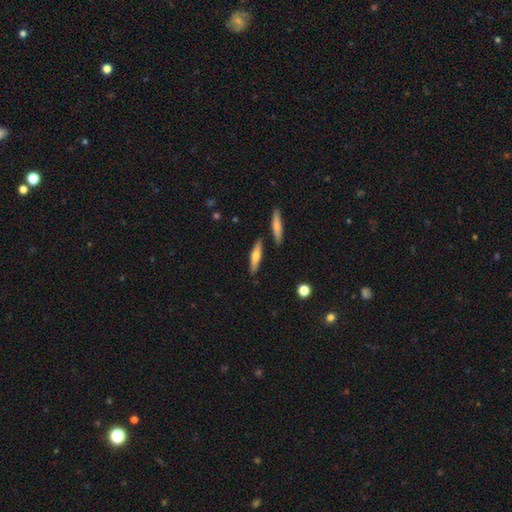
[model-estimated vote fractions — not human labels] A smooth galaxy with no disk features (58%) that is cigar-shaped (75%).

Vote fractions:
- Smooth or featured? smooth: 58% / featured or disk: 36% / star or artifact: 6%
- How rounded? cigar-shaped: 75% / in between: 22% / round: 2%
- Merging? none: 82% / minor disturbance: 9% / merger: 7% / major disturbance: 2%